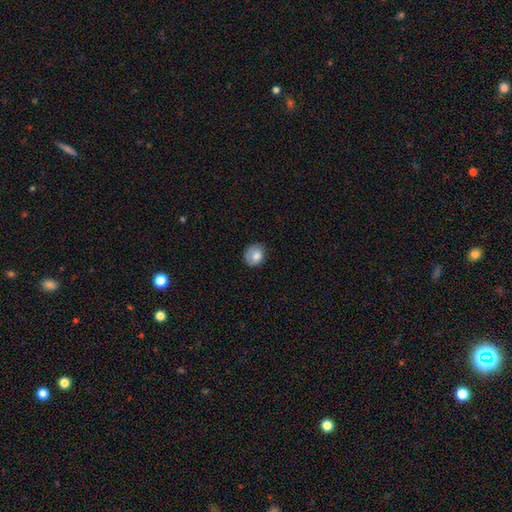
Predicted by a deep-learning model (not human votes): A smooth galaxy with no disk features (80%) that is round (67%).

Vote fractions:
- Smooth or featured? smooth: 80% / featured or disk: 11% / star or artifact: 8%
- How rounded? round: 67% / in between: 33% / cigar-shaped: 1%
- Merging? none: 67% / minor disturbance: 25% / major disturbance: 6% / merger: 1%